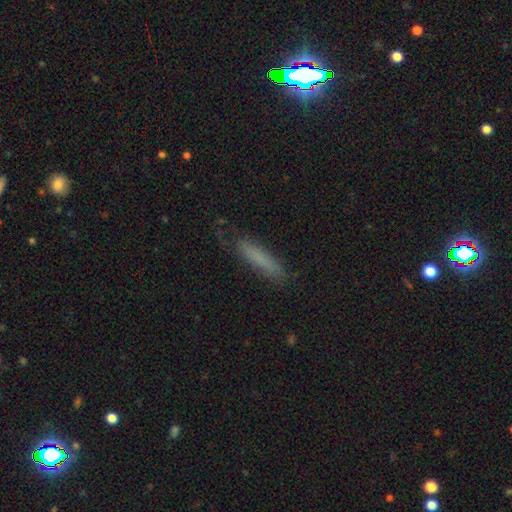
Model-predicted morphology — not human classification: Smooth or featured? Predicted: smooth (p=0.68). How rounded? Predicted: cigar-shaped (p=0.83). Merging? Predicted: none (p=0.73).